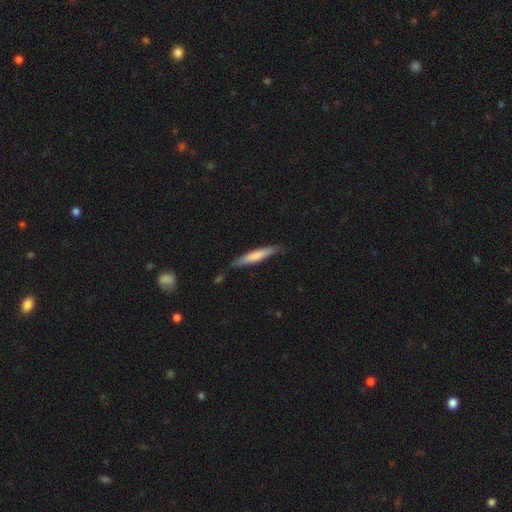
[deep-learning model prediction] smooth_or_featured: smooth (p=0.68) [alt: featured or disk p=0.27]
how_rounded: cigar-shaped (p=0.91) [alt: in between p=0.08]
merging: none (p=0.80) [alt: minor disturbance p=0.16]